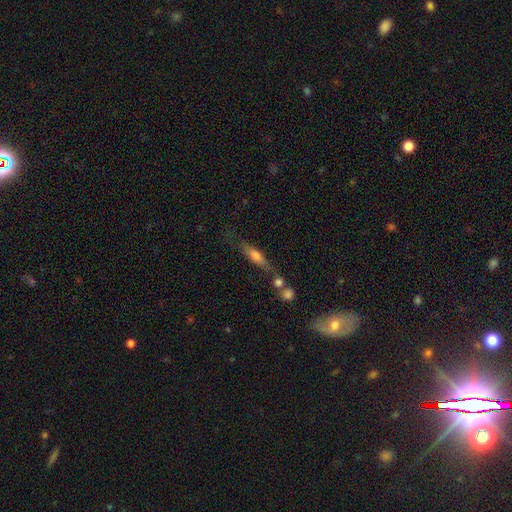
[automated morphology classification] This is possibly a smooth galaxy (50%). Merging: possibly none (60%).